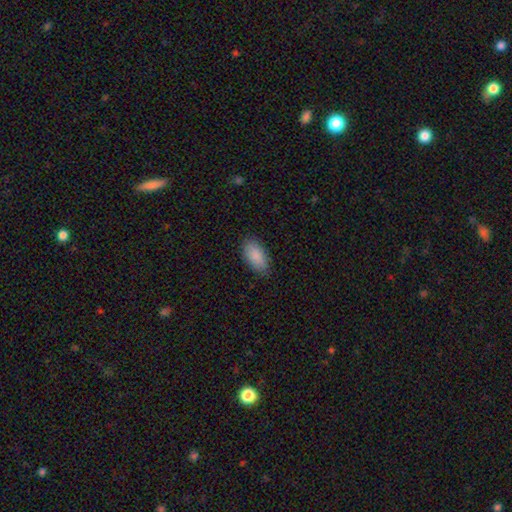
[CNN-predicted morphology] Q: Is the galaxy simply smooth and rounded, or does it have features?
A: smooth — 88%.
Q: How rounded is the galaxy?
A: in between — 94%.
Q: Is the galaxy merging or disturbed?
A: none — 84%.